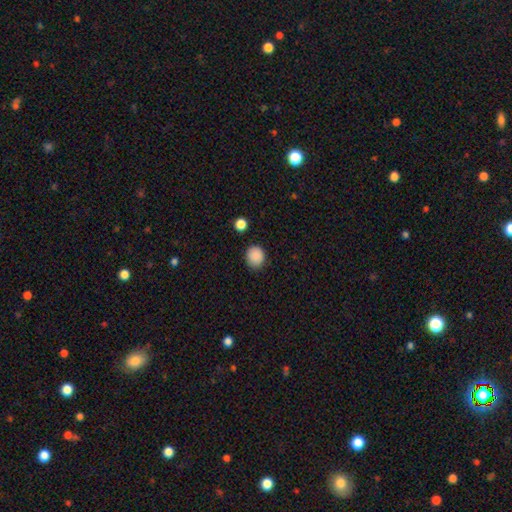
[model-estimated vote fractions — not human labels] A smooth galaxy with no disk features (88%) that is round (75%).

Vote fractions:
- Smooth or featured? smooth: 88% / star or artifact: 9% / featured or disk: 3%
- How rounded? round: 75% / in between: 24% / cigar-shaped: 1%
- Merging? none: 86% / minor disturbance: 10% / major disturbance: 2% / merger: 2%